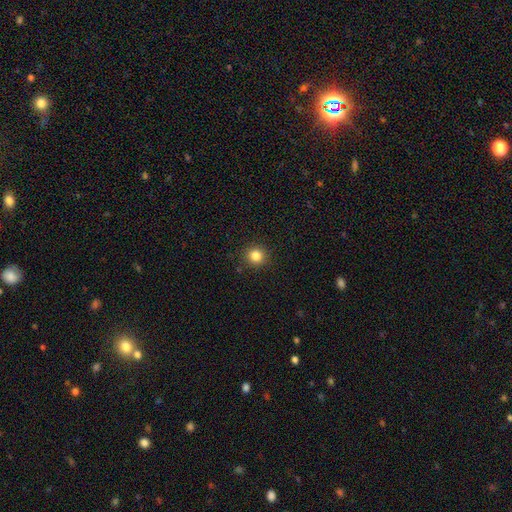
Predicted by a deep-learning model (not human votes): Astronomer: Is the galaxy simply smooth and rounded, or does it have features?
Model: smooth — 84%.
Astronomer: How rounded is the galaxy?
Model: round — 92%.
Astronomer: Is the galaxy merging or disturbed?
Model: none — 90%.